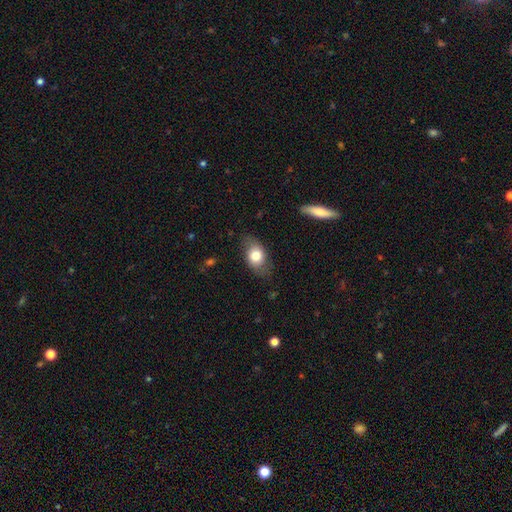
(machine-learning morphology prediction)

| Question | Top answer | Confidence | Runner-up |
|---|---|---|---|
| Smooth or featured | smooth | 75% | featured or disk (18%) |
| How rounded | in between | 83% | round (15%) |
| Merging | none | 74% | minor disturbance (20%) |